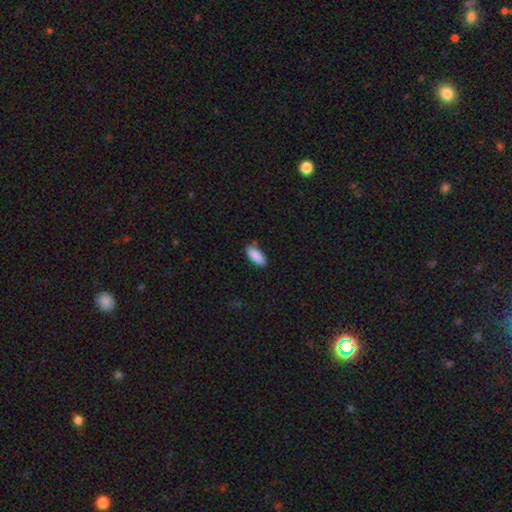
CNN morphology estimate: This is clearly a smooth galaxy (90%). How rounded: clearly in between (82%). Merging: clearly none (83%).